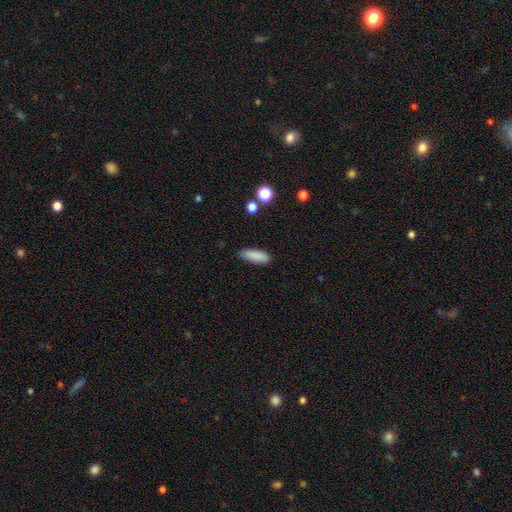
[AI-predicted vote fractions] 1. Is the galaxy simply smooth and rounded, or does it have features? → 87% smooth, 7% star or artifact, 5% featured or disk.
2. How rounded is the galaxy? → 57% in between, 41% cigar-shaped, 2% round.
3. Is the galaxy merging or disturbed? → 84% none, 12% minor disturbance, 2% major disturbance, 2% merger.